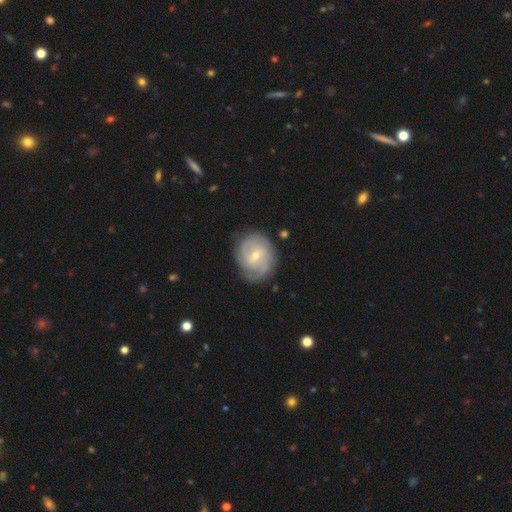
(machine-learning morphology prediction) Smooth or featured? featured or disk (74%)
Edge-on disk? no (97%)
Bar? weak (51%)
Spiral arms? yes (91%)
Spiral winding? tight (53%)
Spiral arm count? 2 (40%)
Bulge size? small (58%)
Merging? none (75%)